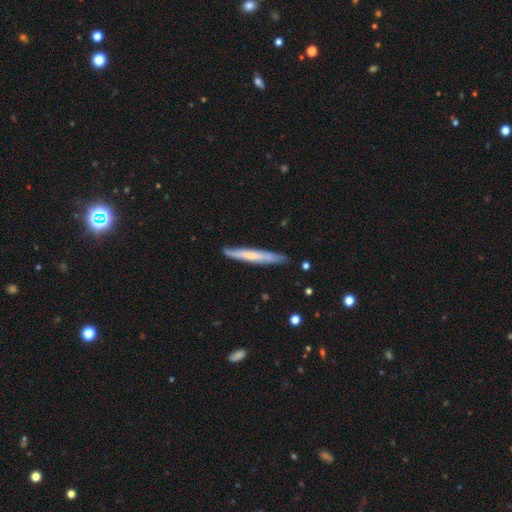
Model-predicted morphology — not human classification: A smooth galaxy with no disk features (48%).

Vote fractions:
- Smooth or featured? smooth: 48% / featured or disk: 45% / star or artifact: 7%
- Merging? none: 87% / minor disturbance: 10% / major disturbance: 2% / merger: 1%